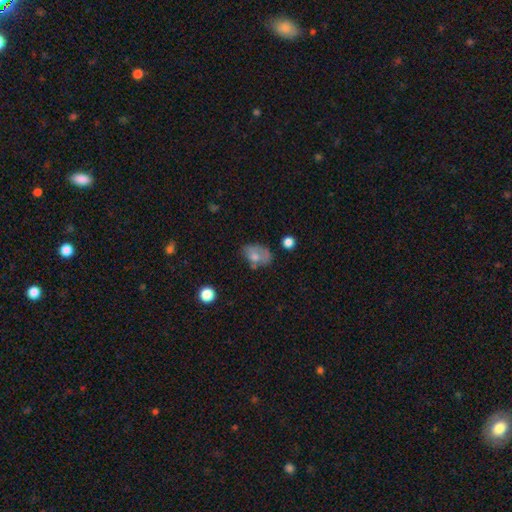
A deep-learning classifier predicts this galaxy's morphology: A smooth galaxy with no disk features (66%) that is in between round and cigar-shaped (81%).

Vote fractions:
- Smooth or featured? smooth: 66% / featured or disk: 24% / star or artifact: 10%
- How rounded? in between: 81% / round: 18% / cigar-shaped: 1%
- Merging? none: 40% / minor disturbance: 32% / major disturbance: 18% / merger: 10%